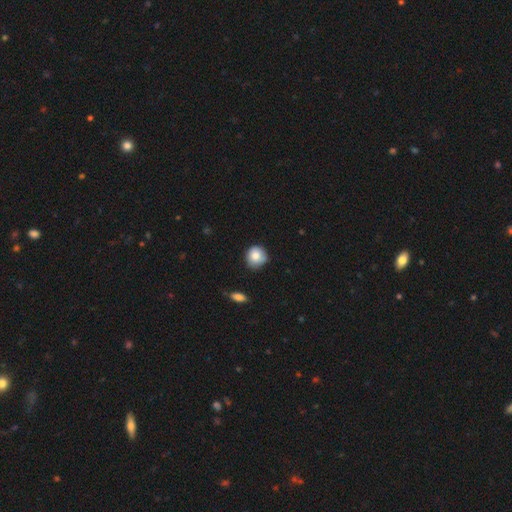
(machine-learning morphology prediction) Smooth or featured: smooth — 81% (featured or disk — 11%)
How rounded: round — 89% (in between — 10%)
Merging: none — 71% (minor disturbance — 23%)